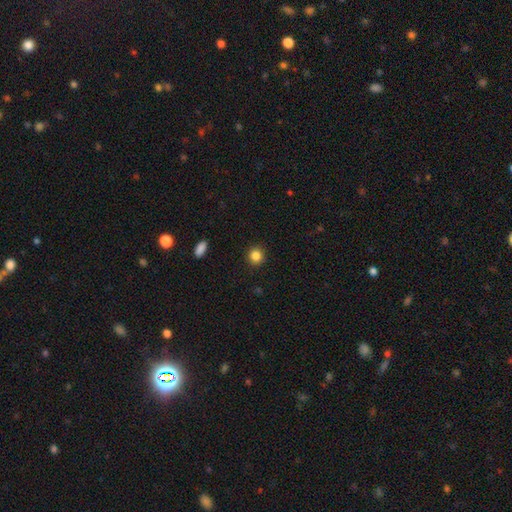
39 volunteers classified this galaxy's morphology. Volunteers were most divided on "merging": none: 81%, minor disturbance: 14%, major disturbance: 3%, merger: 3%. More confident: how rounded — round (91%); smooth or featured — smooth (85%).